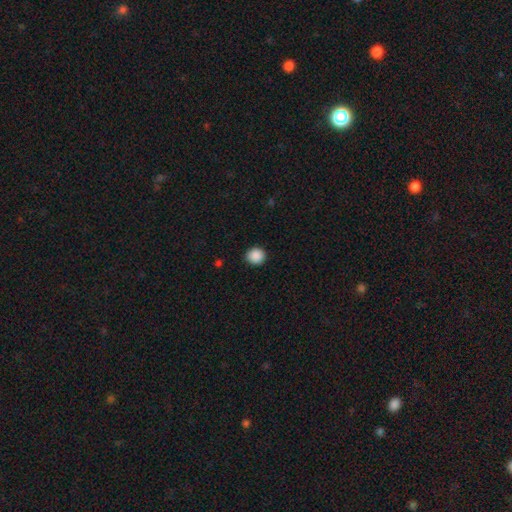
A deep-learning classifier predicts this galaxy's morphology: Smooth or featured: smooth — 89% (star or artifact — 9%)
How rounded: round — 89% (in between — 11%)
Merging: none — 91% (minor disturbance — 6%)